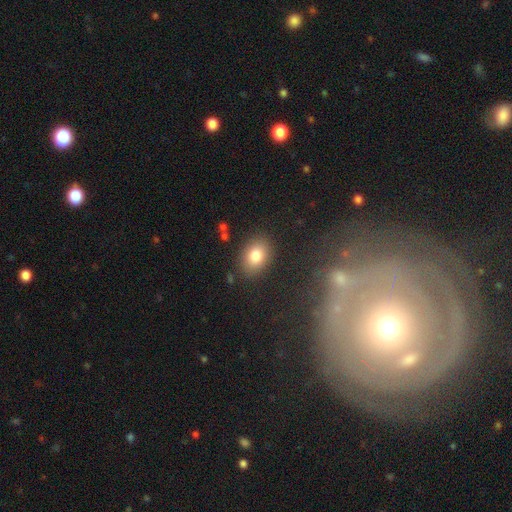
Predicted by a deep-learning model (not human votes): This is clearly a smooth galaxy (81%). How rounded: likely in between (73%). Merging: clearly none (85%).